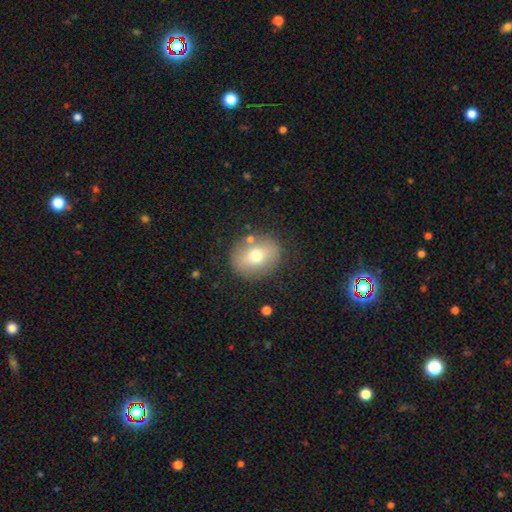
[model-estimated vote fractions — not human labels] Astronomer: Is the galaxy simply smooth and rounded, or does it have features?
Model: smooth — 65%.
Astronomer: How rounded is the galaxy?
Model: round — 71%.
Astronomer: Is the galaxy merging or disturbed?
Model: none — 82%.